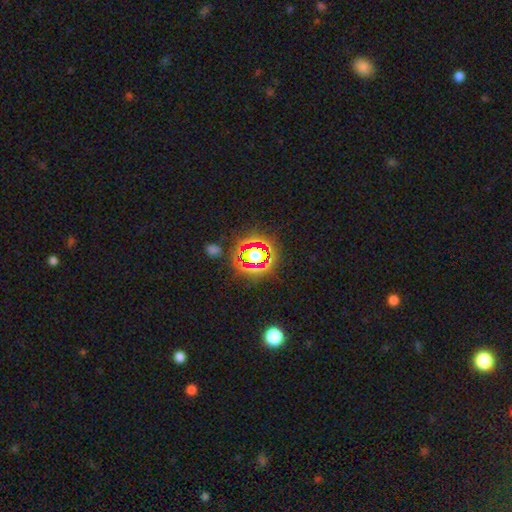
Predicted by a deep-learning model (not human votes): smooth-or-featured: star or artifact: 57% | smooth: 28% | featured or disk: 16%